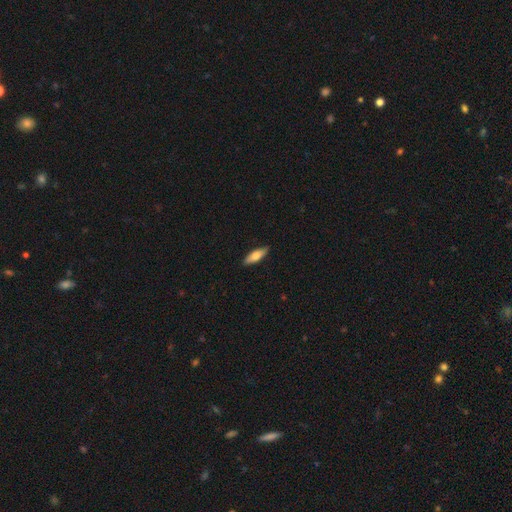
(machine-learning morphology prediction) This appears to be a smooth galaxy with no disk features (67%) that is in between round and cigar-shaped (54%). Merging: none (88%).